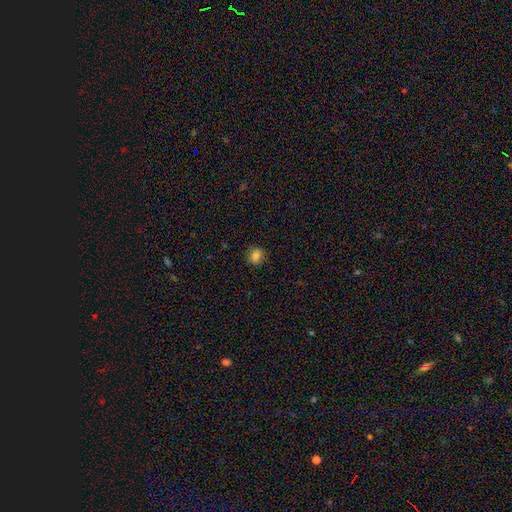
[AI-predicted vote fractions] This appears to be a smooth galaxy with no disk features (82%) that is round (80%). Merging: none (88%).